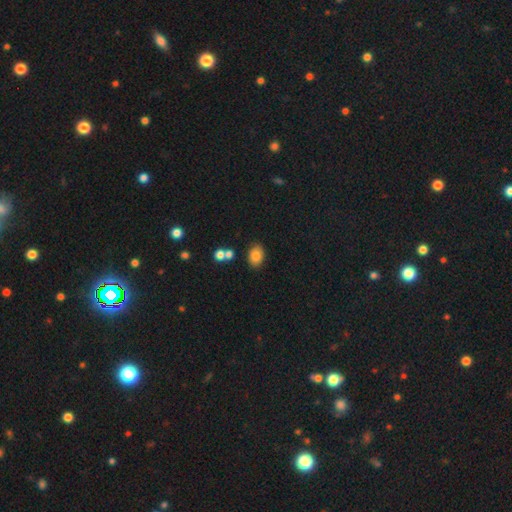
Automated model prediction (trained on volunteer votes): smooth 83%, star or artifact 10%, featured or disk 7%. Down the decision tree: how rounded — in between (78%); merging — none (79%).